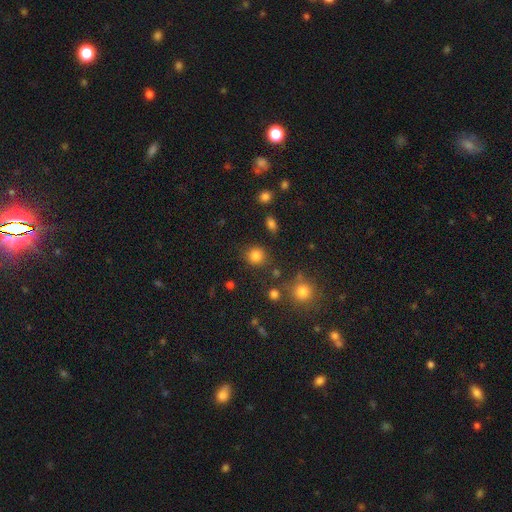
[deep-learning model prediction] Smooth or featured? Predicted: smooth (p=0.83). How rounded? Predicted: round (p=0.87). Merging? Predicted: none (p=0.83).